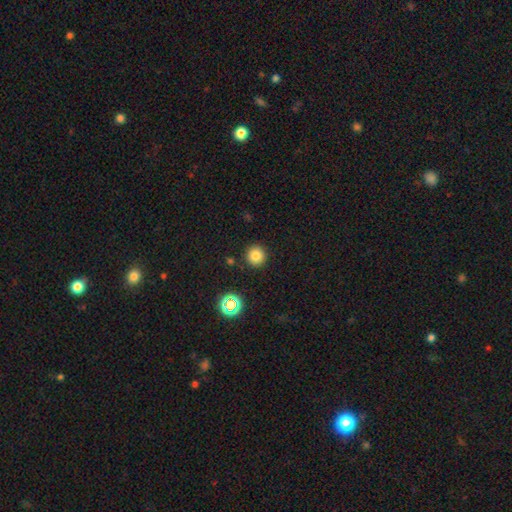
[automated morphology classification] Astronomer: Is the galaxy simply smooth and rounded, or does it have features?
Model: smooth — 79%.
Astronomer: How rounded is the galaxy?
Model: round — 96%.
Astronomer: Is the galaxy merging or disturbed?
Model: none — 91%.